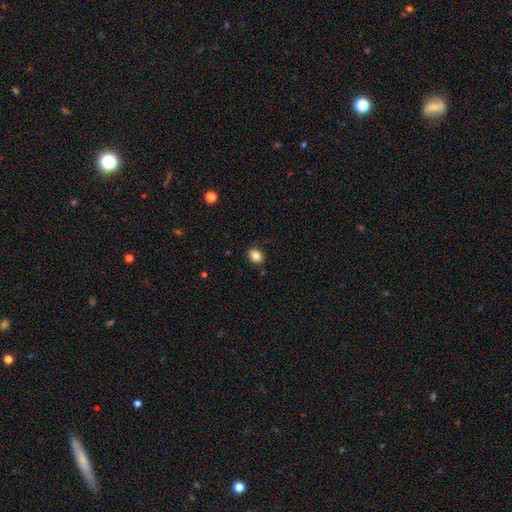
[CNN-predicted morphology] This is clearly a smooth galaxy (85%). How rounded: likely in between (64%). Merging: clearly none (86%).